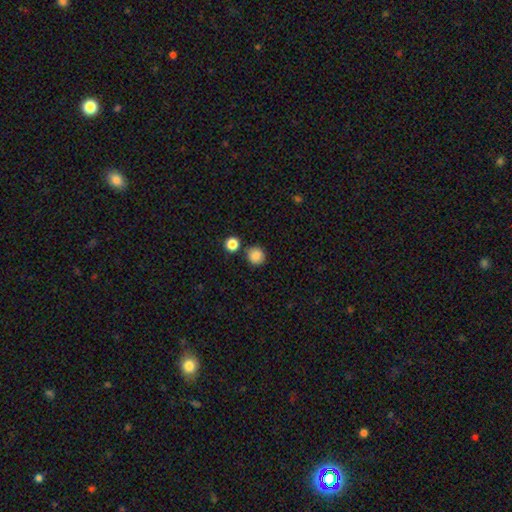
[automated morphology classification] smooth 86%, star or artifact 10%, featured or disk 4%. Down the decision tree: how rounded — round (92%); merging — none (83%).